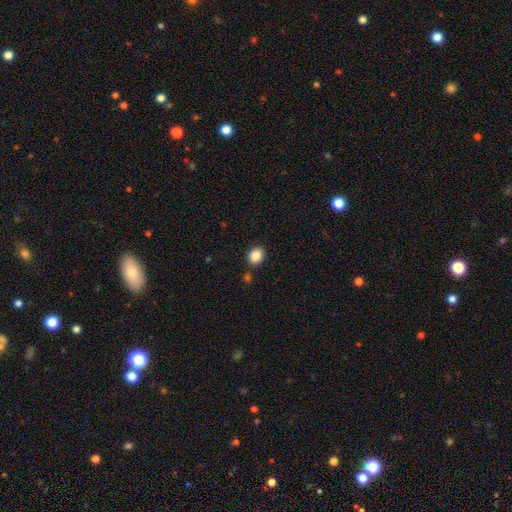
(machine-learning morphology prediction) This appears to be a smooth galaxy with no disk features (87%) that is round (62%). Merging: none (85%).